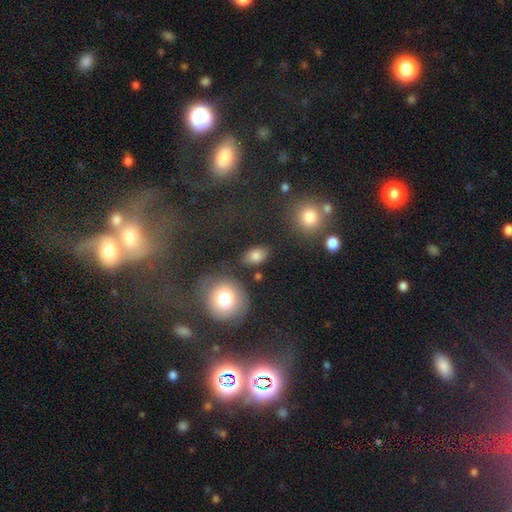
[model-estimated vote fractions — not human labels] A smooth galaxy with no disk features (81%) that is in between round and cigar-shaped (82%).

Vote fractions:
- Smooth or featured? smooth: 81% / star or artifact: 10% / featured or disk: 9%
- How rounded? in between: 82% / round: 16% / cigar-shaped: 2%
- Merging? none: 81% / minor disturbance: 11% / merger: 5% / major disturbance: 4%